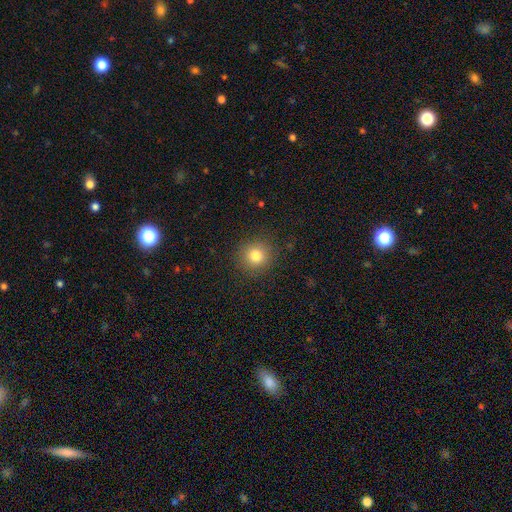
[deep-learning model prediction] Morphology: type=smooth (80%); roundness=round (92%); merging=none (90%).